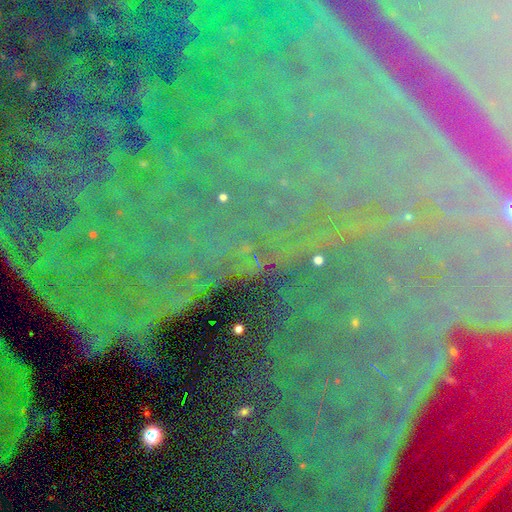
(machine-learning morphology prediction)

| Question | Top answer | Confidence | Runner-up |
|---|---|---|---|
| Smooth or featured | star or artifact | 83% | featured or disk (9%) |